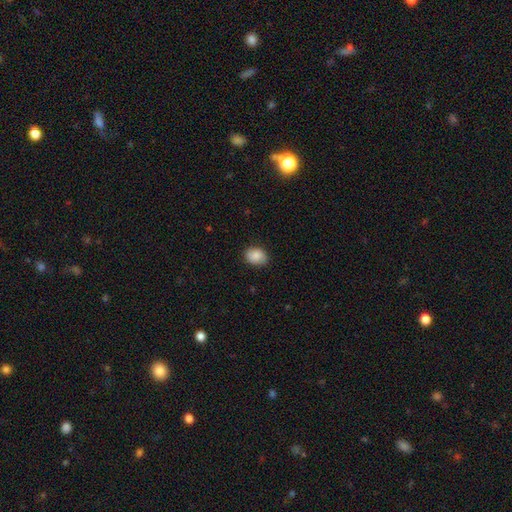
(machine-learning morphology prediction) Smooth or featured: smooth — 85% (star or artifact — 8%)
How rounded: in between — 57% (round — 42%)
Merging: none — 83% (minor disturbance — 13%)